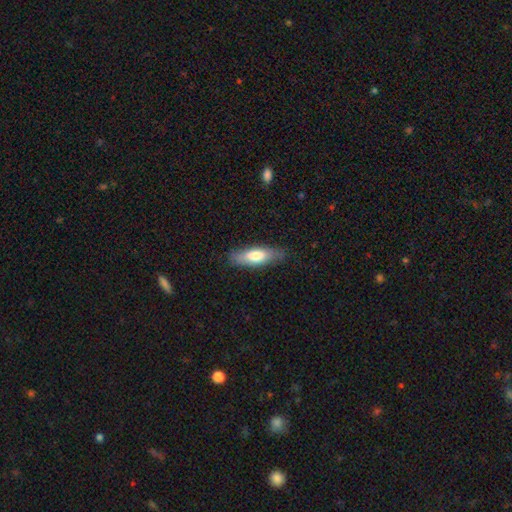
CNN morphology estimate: Smooth or featured?
  - smooth: 71% *
  - featured or disk: 23%
  - star or artifact: 6%
How rounded?
  - in between: 56% *
  - cigar-shaped: 42%
  - round: 2%
Merging?
  - none: 81% *
  - minor disturbance: 15%
  - major disturbance: 3%
  - merger: 1%